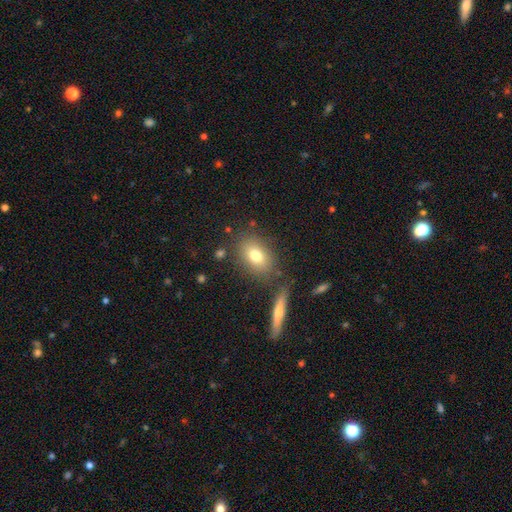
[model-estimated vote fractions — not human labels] Smooth or featured: smooth — 77% (featured or disk — 14%)
How rounded: in between — 77% (round — 20%)
Merging: none — 77% (minor disturbance — 12%)